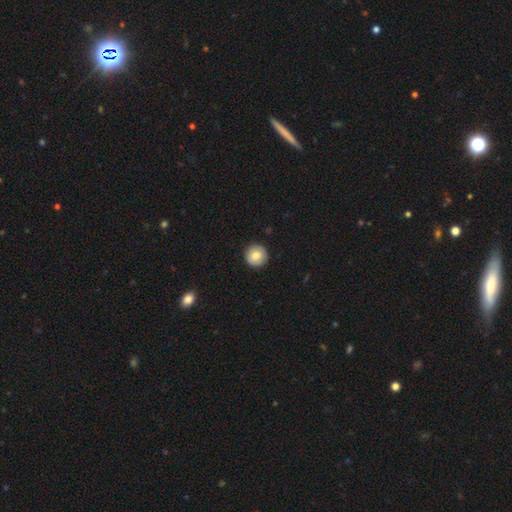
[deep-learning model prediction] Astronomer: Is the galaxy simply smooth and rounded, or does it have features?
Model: smooth — 81%.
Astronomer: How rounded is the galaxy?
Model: round — 96%.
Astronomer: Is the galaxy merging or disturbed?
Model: none — 92%.